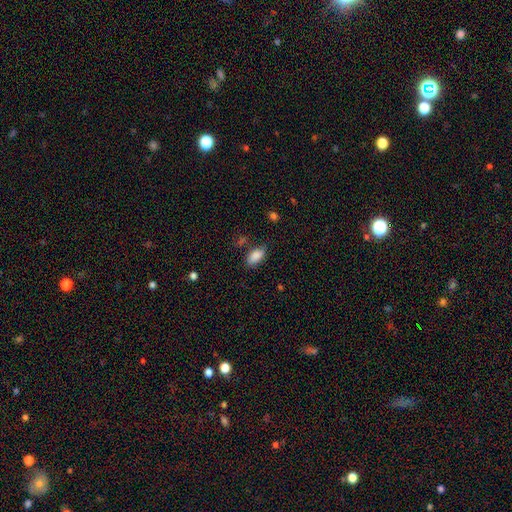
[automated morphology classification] Q: Smooth or featured?
A: smooth (87%); runner-up: star or artifact (7%)
Q: How rounded?
A: in between (91%); runner-up: cigar-shaped (5%)
Q: Merging?
A: none (74%); runner-up: minor disturbance (18%)